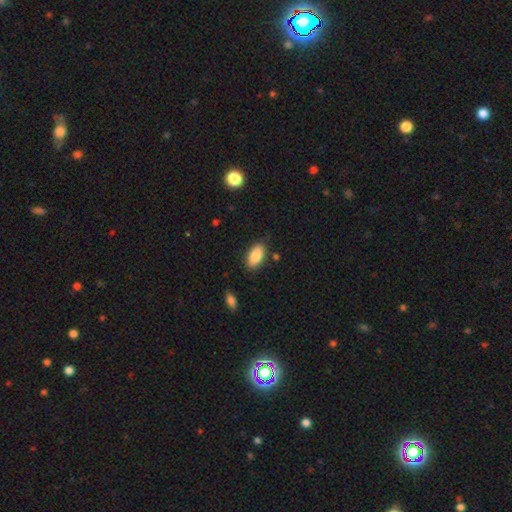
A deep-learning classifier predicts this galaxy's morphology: This is clearly a smooth galaxy (86%). How rounded: clearly in between (93%). Merging: clearly none (84%).